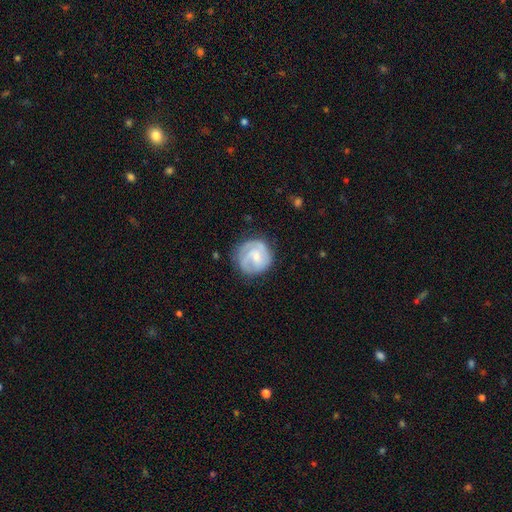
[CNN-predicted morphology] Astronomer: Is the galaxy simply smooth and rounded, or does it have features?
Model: featured or disk — 62%.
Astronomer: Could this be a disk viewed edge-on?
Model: no — 98%.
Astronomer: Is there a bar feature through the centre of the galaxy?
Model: no — 55% (runner-up: weak, 38%).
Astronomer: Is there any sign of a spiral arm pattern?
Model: yes — 85%.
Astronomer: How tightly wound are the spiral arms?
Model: tight — 51% (runner-up: medium, 36%).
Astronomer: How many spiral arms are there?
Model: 2 — 32% (runner-up: can't tell, 28%).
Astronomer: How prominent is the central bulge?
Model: small — 45% (runner-up: moderate, 38%).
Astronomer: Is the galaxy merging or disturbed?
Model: none — 70%.